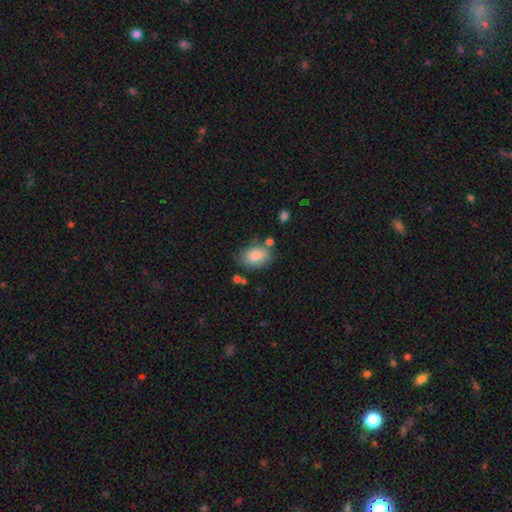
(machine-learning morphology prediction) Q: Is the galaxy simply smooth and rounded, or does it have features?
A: smooth — 84%.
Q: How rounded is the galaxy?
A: in between — 83%.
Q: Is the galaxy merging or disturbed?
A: none — 67%.